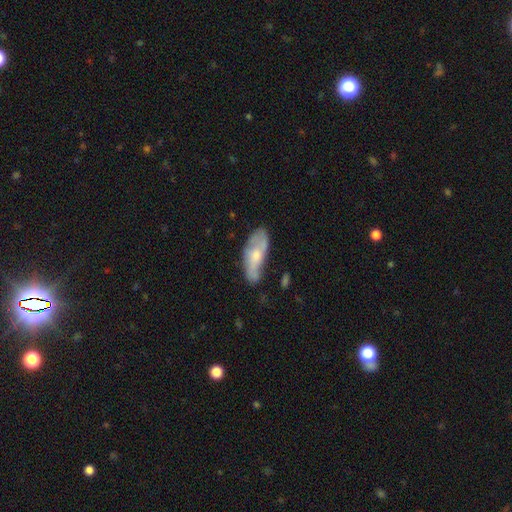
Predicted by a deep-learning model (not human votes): featured or disk 48%, smooth 46%, star or artifact 6%. Down the decision tree: merging — none (59%).